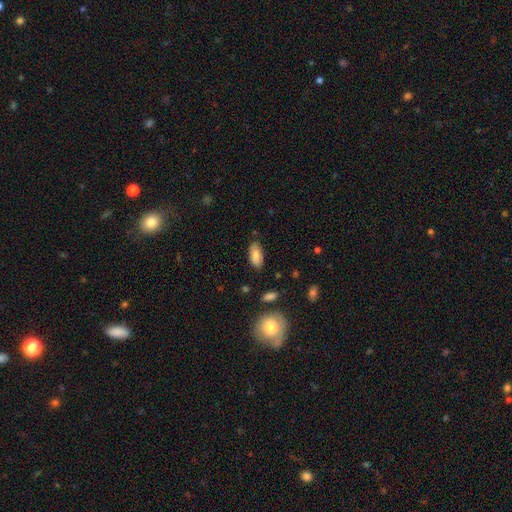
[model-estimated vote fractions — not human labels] Smooth or featured? Predicted: smooth (p=0.83). How rounded? Predicted: in between (p=0.88). Merging? Predicted: none (p=0.80).